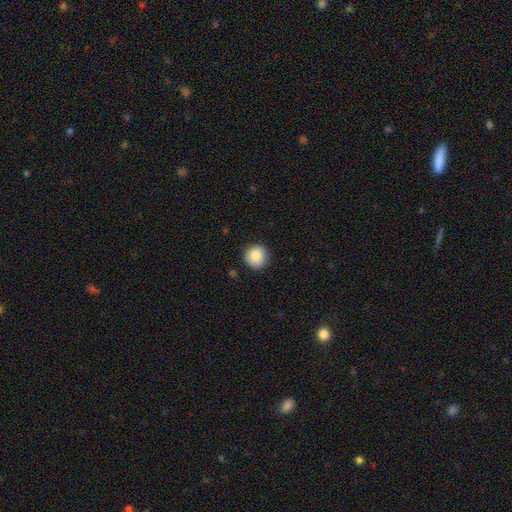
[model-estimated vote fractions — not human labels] Smooth or featured? smooth (88%)
How rounded? round (93%)
Merging? none (86%)